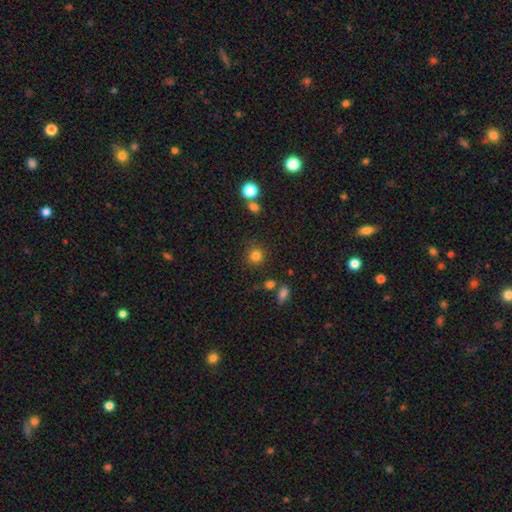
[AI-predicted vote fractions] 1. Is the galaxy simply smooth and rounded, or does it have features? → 81% smooth, 13% star or artifact, 5% featured or disk.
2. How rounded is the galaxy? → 91% round, 8% in between, 1% cigar-shaped.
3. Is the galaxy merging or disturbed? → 82% none, 9% minor disturbance, 5% merger, 4% major disturbance.